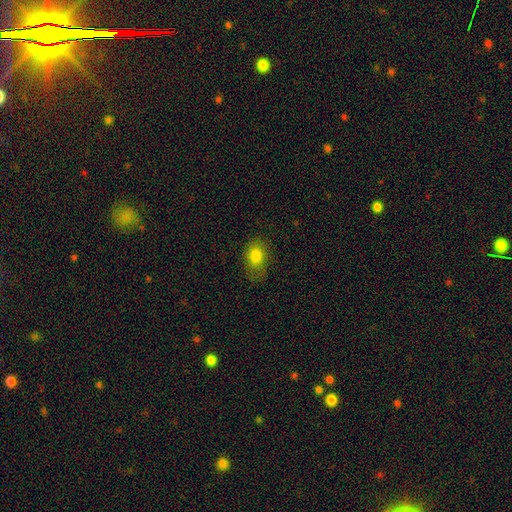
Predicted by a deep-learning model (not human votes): A smooth galaxy with no disk features (82%) that is in between round and cigar-shaped (79%). Merging: none (69%).